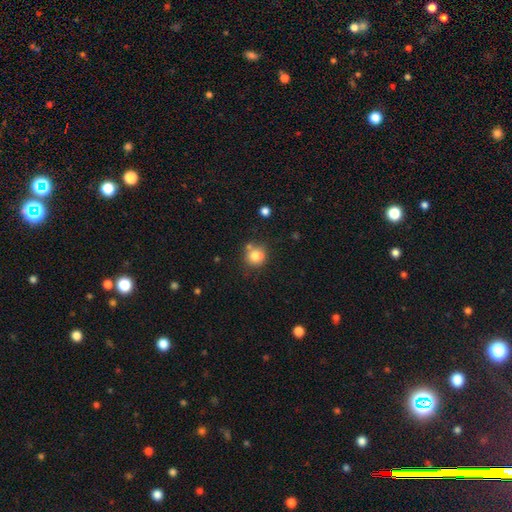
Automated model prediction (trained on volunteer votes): smooth-or-featured: smooth: 81% | star or artifact: 11% | featured or disk: 8%
  how-rounded: round: 87% | in between: 12% | cigar-shaped: 1%
  merging: none: 68% | minor disturbance: 15% | merger: 14% | major disturbance: 4%